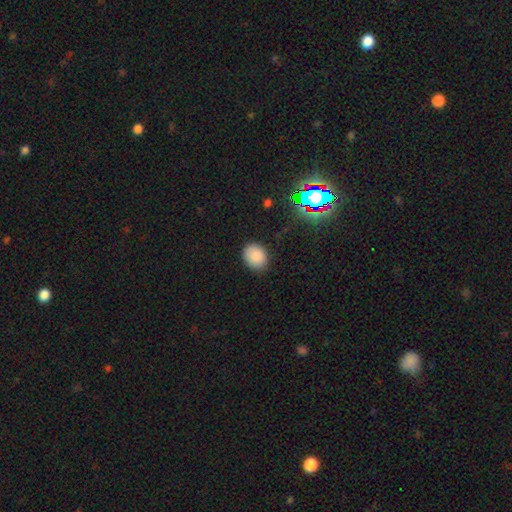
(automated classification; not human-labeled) smooth 85%, star or artifact 10%, featured or disk 5%. Down the decision tree: how rounded — round (50%); merging — none (84%).